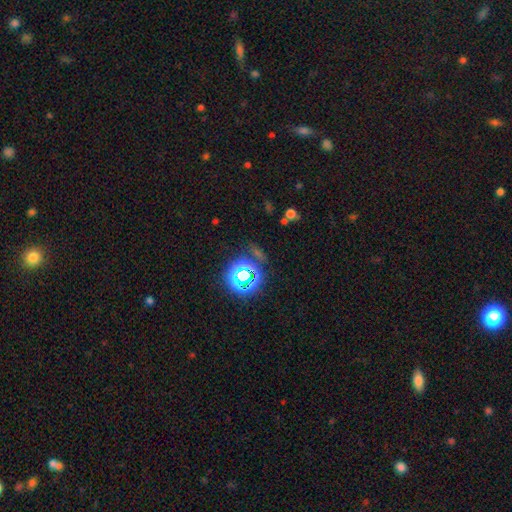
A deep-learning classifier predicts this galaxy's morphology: Smooth or featured?
  - star or artifact: 70% *
  - smooth: 21%
  - featured or disk: 9%